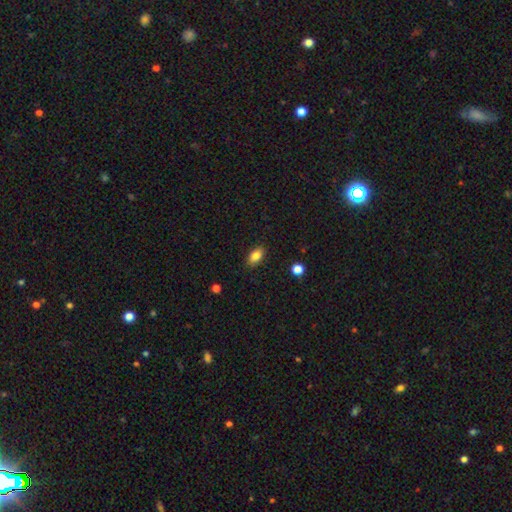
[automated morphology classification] Smooth or featured?
  - smooth: 84% *
  - star or artifact: 9%
  - featured or disk: 8%
How rounded?
  - in between: 89% *
  - round: 7%
  - cigar-shaped: 4%
Merging?
  - none: 87% *
  - minor disturbance: 10%
  - major disturbance: 2%
  - merger: 1%